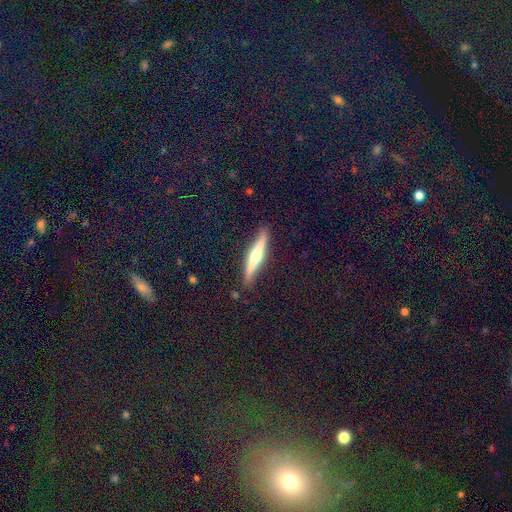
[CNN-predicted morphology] type=featured or disk (65%); edge-on=yes (96%); edge-on bulge=rounded (84%); merging=none (88%).